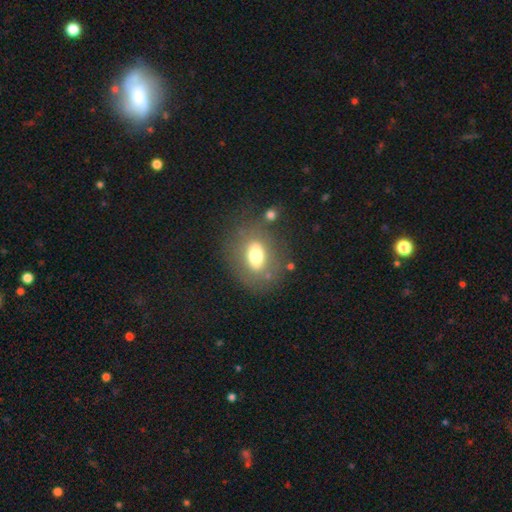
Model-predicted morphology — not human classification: A smooth galaxy with no disk features (63%) that is in between round and cigar-shaped (68%). Merging: none (71%).